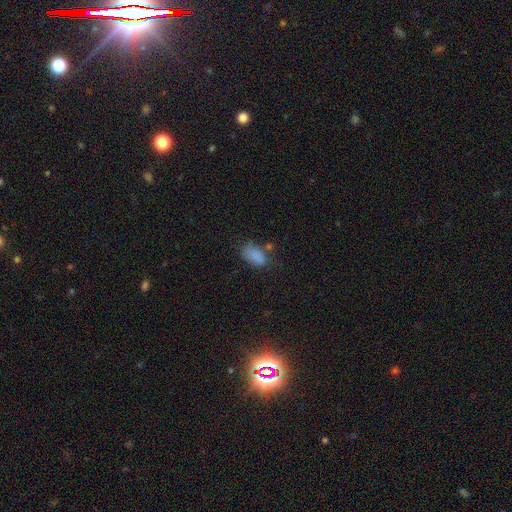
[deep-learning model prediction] Smooth or featured?
  - smooth: 81% *
  - star or artifact: 11%
  - featured or disk: 8%
How rounded?
  - in between: 91% *
  - round: 7%
  - cigar-shaped: 2%
Merging?
  - none: 48% *
  - minor disturbance: 29%
  - major disturbance: 15%
  - merger: 8%